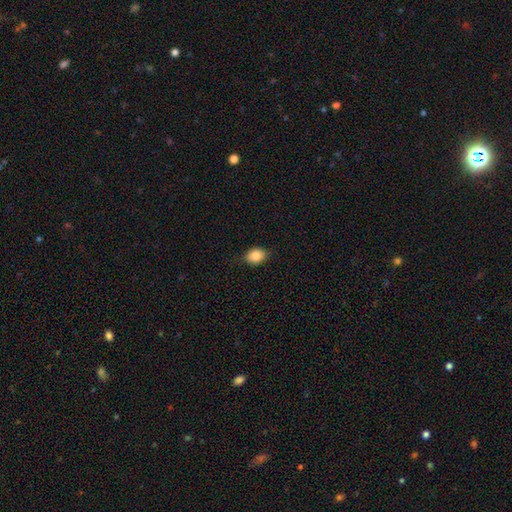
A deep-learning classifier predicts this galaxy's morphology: Smooth or featured?
  - smooth: 86% *
  - star or artifact: 9%
  - featured or disk: 6%
How rounded?
  - in between: 65% *
  - round: 34%
  - cigar-shaped: 1%
Merging?
  - none: 83% *
  - minor disturbance: 14%
  - major disturbance: 3%
  - merger: 1%